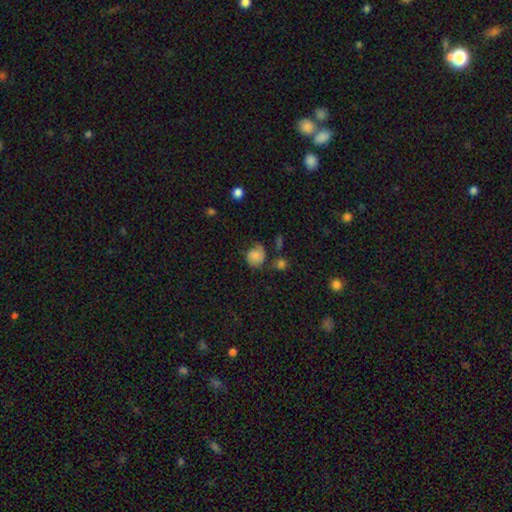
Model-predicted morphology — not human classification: smooth 63%, featured or disk 27%, star or artifact 10%. Down the decision tree: how rounded — round (71%); merging — none (45%).